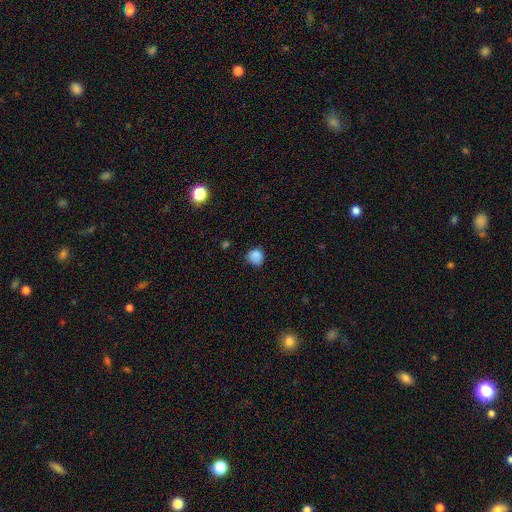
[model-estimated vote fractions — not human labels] smooth 85%, star or artifact 11%, featured or disk 5%. Down the decision tree: how rounded — round (80%); merging — none (65%).